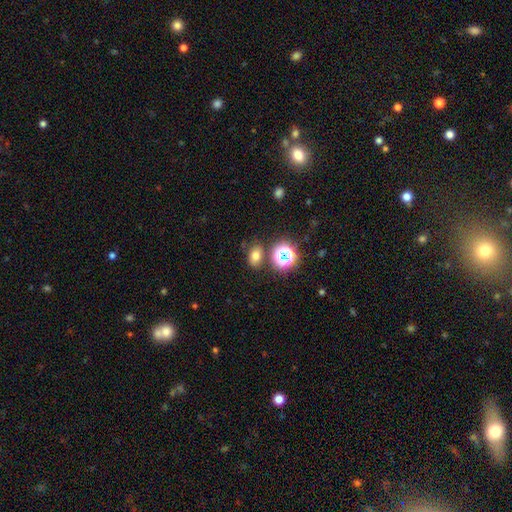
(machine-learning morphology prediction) Smooth or featured? Predicted: smooth (p=0.68). How rounded? Predicted: in between (p=0.69). Merging? Predicted: none (p=0.77).